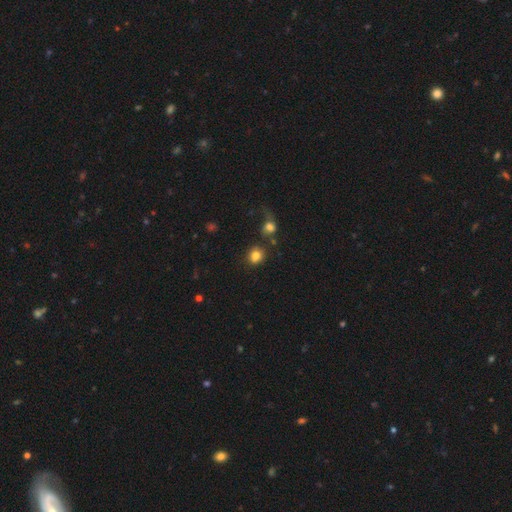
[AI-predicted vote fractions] Morphology: type=smooth (80%); roundness=round (69%); merging=none (63%).